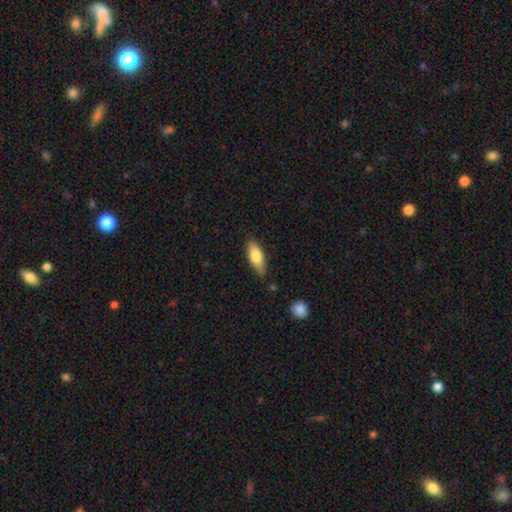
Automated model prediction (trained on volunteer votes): Smooth or featured? smooth (75%)
How rounded? in between (71%)
Merging? none (81%)